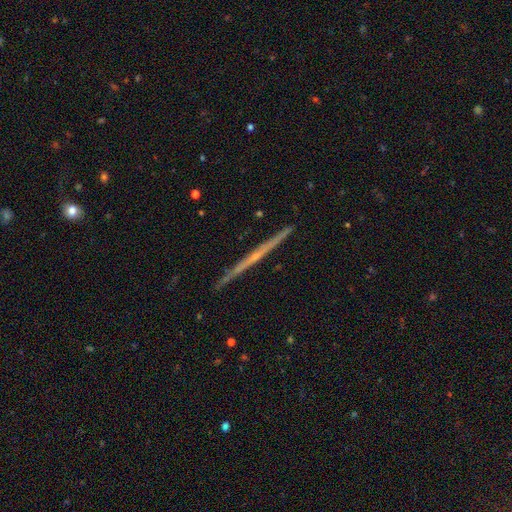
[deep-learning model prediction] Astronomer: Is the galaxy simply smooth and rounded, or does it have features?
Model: featured or disk — 76%.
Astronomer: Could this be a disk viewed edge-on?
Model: yes — 98%.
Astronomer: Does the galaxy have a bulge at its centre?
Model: none — 59% (runner-up: rounded, 36%).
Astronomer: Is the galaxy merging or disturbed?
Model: none — 92%.